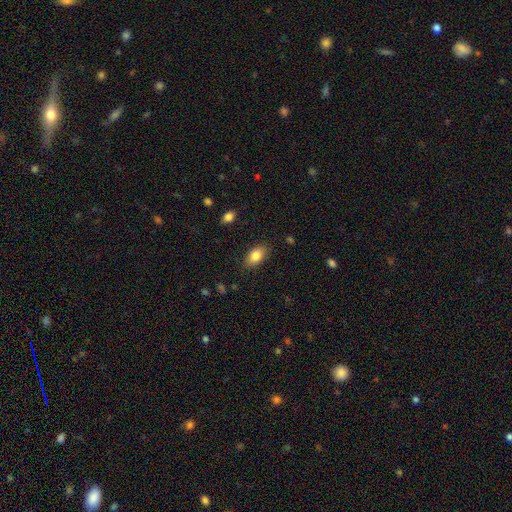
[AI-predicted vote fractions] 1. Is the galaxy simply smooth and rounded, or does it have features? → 83% smooth, 9% featured or disk, 7% star or artifact.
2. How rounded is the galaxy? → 91% in between, 6% round, 3% cigar-shaped.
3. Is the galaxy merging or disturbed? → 86% none, 10% minor disturbance, 3% major disturbance, 1% merger.